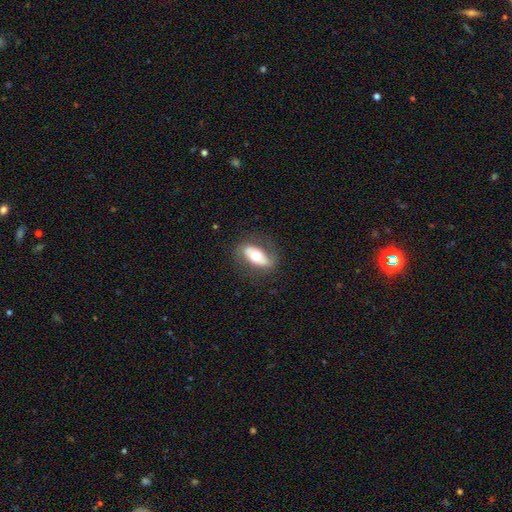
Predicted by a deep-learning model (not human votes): Overall: smooth (49%; featured or disk 44%). Merging: none (76%).